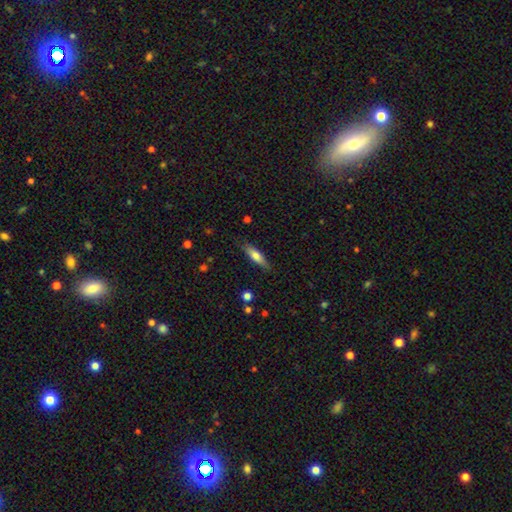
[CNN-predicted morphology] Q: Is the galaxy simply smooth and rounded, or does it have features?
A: smooth — 67%.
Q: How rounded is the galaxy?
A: cigar-shaped — 63%.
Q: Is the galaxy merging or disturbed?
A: none — 82%.